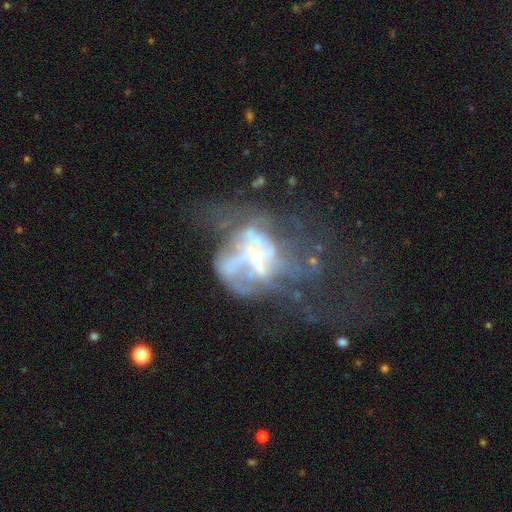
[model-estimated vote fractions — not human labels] Smooth or featured: featured or disk — 69% (star or artifact — 16%)
Edge-on disk: no — 96% (yes — 4%)
Bar: no — 54% (weak — 26%)
Spiral arms: no — 72% (yes — 28%)
Bulge size: small — 34% (moderate — 29%)
Merging: major disturbance — 49% (none — 24%)